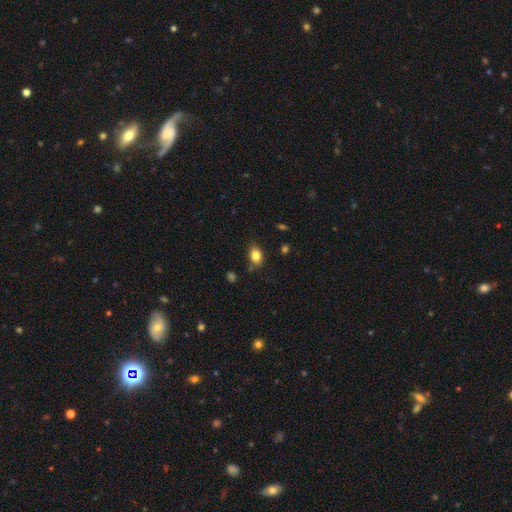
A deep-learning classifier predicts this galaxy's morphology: Smooth or featured? smooth (83%)
How rounded? in between (76%)
Merging? none (73%)